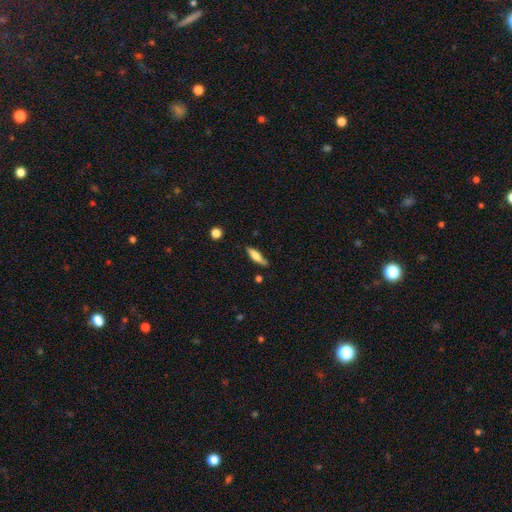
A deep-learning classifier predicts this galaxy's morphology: smooth 65%, featured or disk 29%, star or artifact 7%. Down the decision tree: how rounded — cigar-shaped (62%); merging — none (73%).